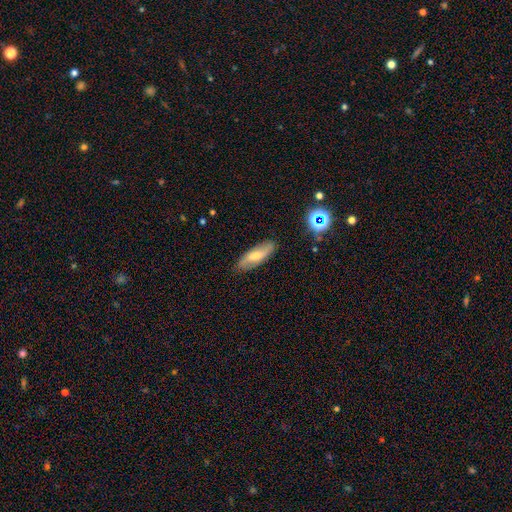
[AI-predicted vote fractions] smooth_or_featured: smooth (p=0.57) [alt: featured or disk p=0.36]
how_rounded: in between (p=0.64) [alt: cigar-shaped p=0.33]
merging: none (p=0.84) [alt: minor disturbance p=0.12]